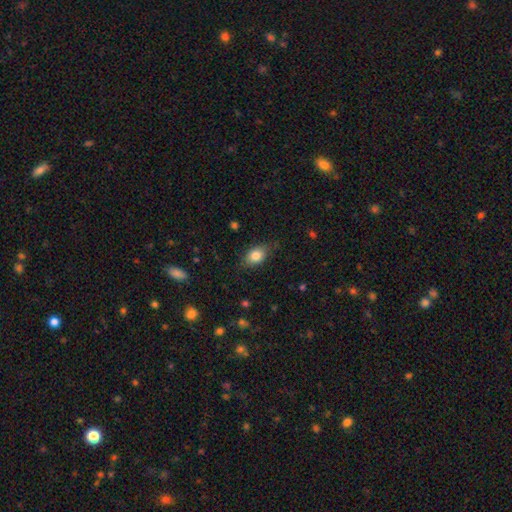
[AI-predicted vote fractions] Smooth or featured? smooth (82%)
How rounded? in between (81%)
Merging? none (78%)